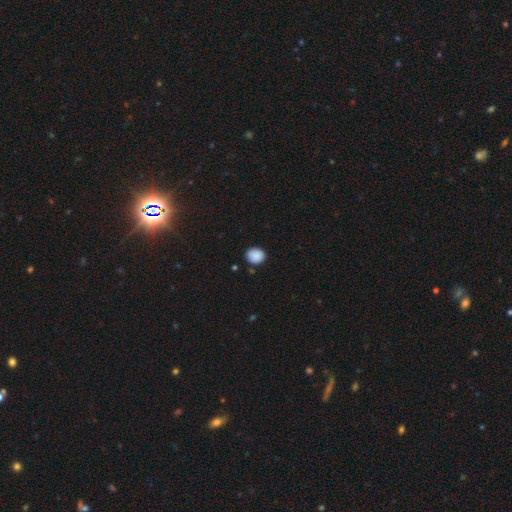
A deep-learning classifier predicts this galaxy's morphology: smooth 88%, star or artifact 9%, featured or disk 3%. Down the decision tree: how rounded — round (65%); merging — none (83%).